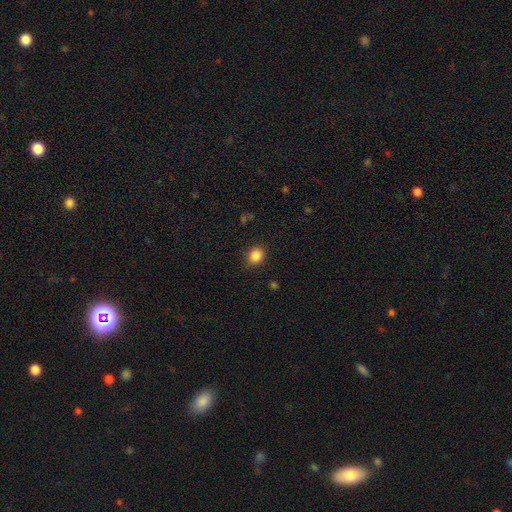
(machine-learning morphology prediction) Smooth or featured? Predicted: smooth (p=0.86). How rounded? Predicted: round (p=0.78). Merging? Predicted: none (p=0.86).